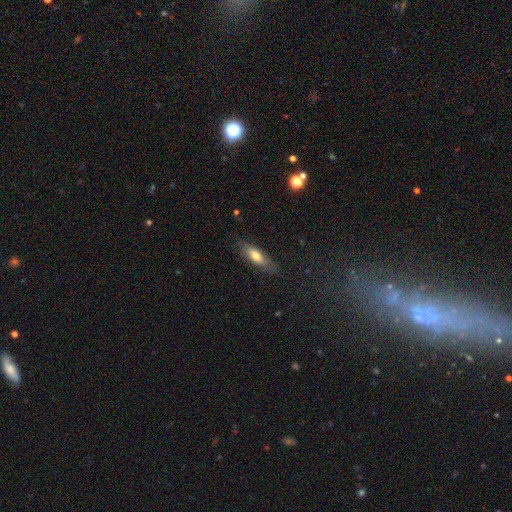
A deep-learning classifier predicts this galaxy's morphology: smooth_or_featured: smooth (p=0.67) [alt: featured or disk p=0.26]
how_rounded: in between (p=0.60) [alt: cigar-shaped p=0.38]
merging: none (p=0.75) [alt: minor disturbance p=0.18]